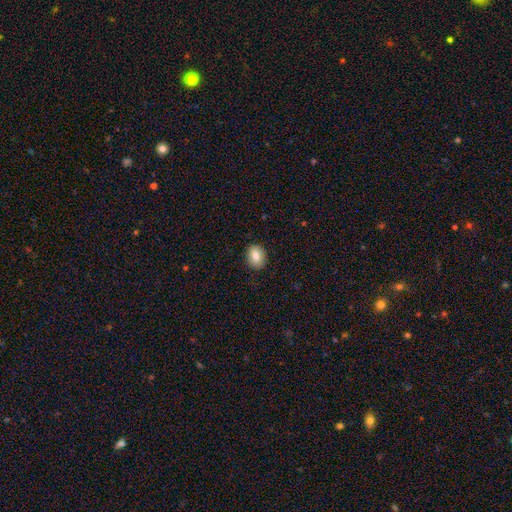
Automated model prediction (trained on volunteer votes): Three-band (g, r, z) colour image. It shows a smooth galaxy with no disk features (82%) that is in between round and cigar-shaped (62%). Merging: none (89%).